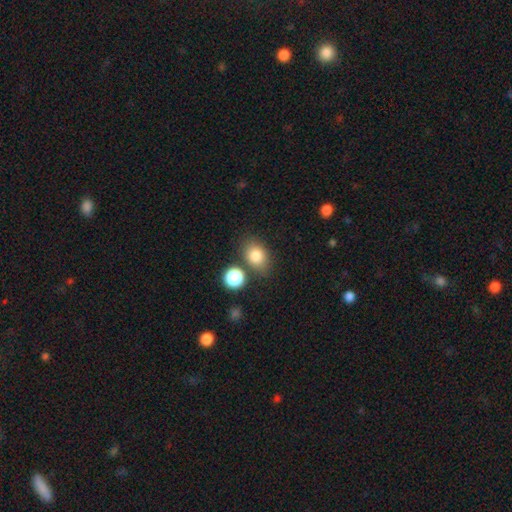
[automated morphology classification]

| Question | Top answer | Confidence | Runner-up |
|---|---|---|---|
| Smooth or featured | smooth | 82% | star or artifact (10%) |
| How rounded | in between | 66% | round (32%) |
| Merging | none | 71% | minor disturbance (13%) |